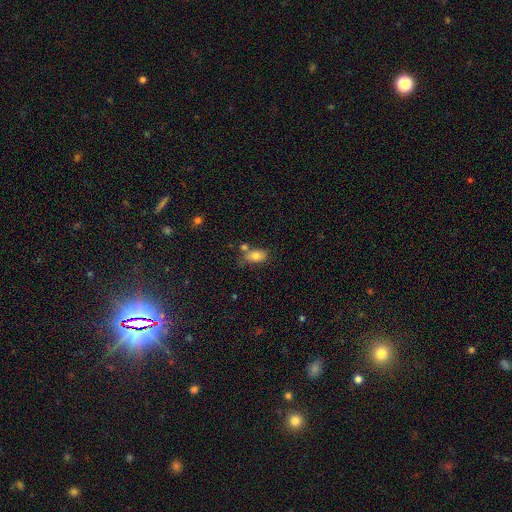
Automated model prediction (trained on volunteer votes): Morphology: type=smooth (76%); roundness=in between (85%); merging=none (51%).